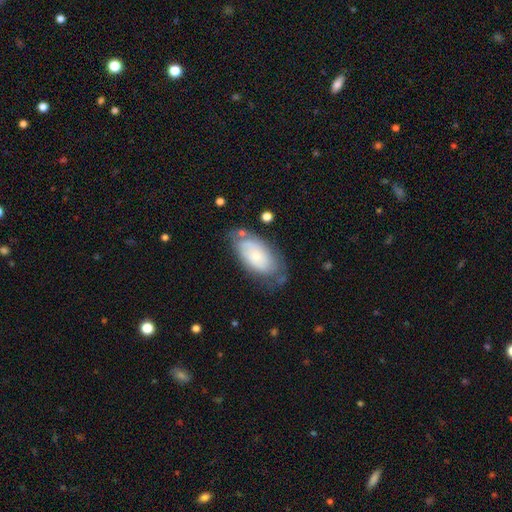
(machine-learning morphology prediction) smooth 48%, featured or disk 45%, star or artifact 7%. Down the decision tree: merging — none (55%).